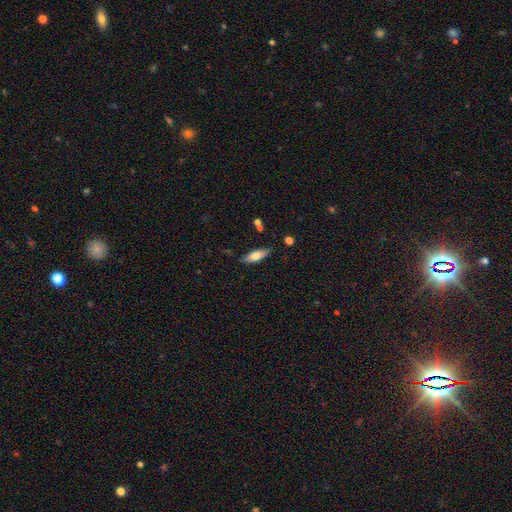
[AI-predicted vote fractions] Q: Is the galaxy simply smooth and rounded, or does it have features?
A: smooth — 66%.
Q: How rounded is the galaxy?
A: in between — 58%.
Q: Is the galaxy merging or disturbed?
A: none — 84%.